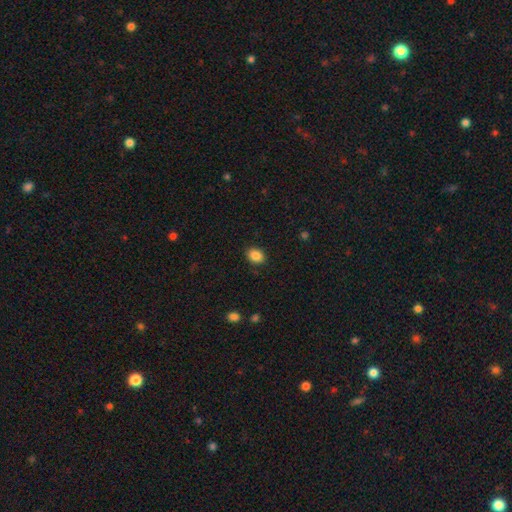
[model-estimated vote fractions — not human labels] Morphology: type=smooth (87%); roundness=in between (66%); merging=none (88%).